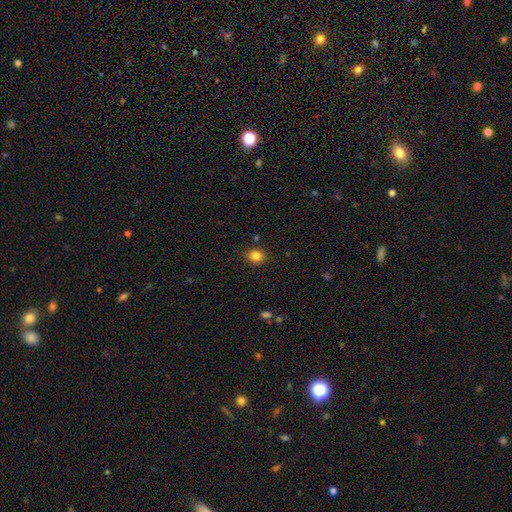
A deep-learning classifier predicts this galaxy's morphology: Smooth or featured? smooth (83%)
How rounded? round (69%)
Merging? none (83%)